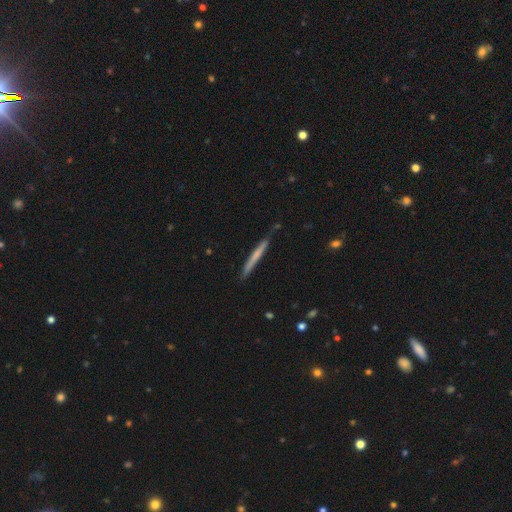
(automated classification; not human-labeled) Overall: smooth (56%; featured or disk 39%). How rounded: cigar-shaped (97%). Merging: none (82%).